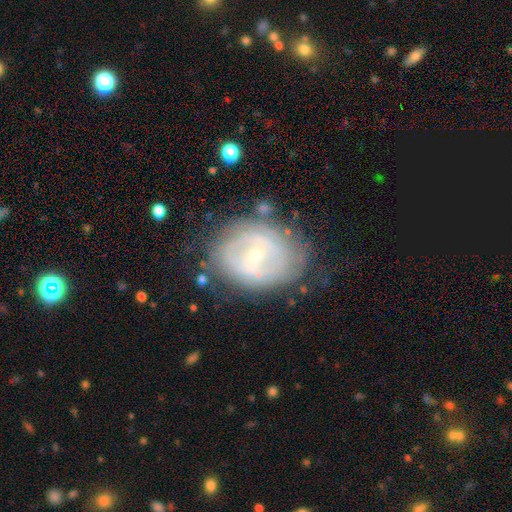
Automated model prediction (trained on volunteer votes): featured or disk 75%, smooth 19%, star or artifact 7%. Down the decision tree: edge-on disk — no (96%); bar — weak (47%); spiral arms — yes (76%); spiral arm count — 2 (43%); spiral winding — tight (56%); bulge size — small (73%); merging — none (69%).